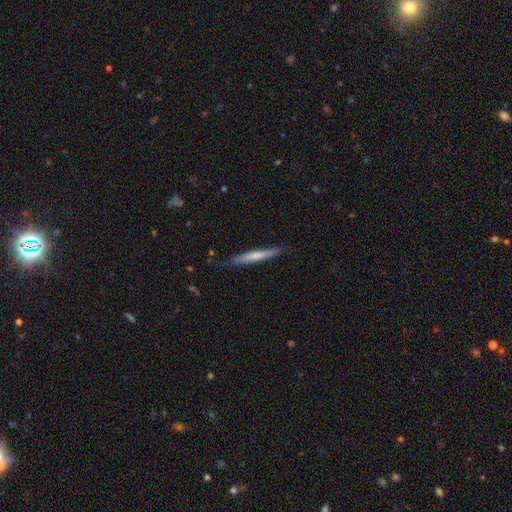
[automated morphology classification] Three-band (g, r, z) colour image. It shows a smooth galaxy with no disk features (58%) that is cigar-shaped (95%). Merging: none (84%).